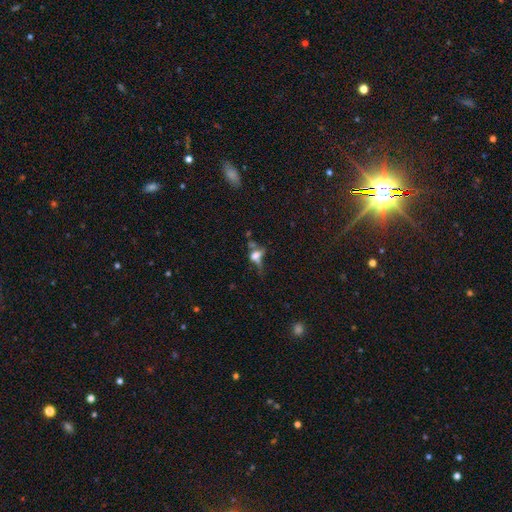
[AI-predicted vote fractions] Morphology: type=smooth (44%); merging=major disturbance (34%).